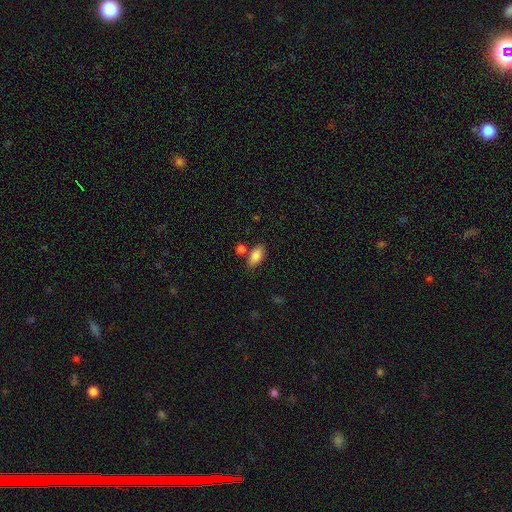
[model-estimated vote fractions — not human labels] A smooth galaxy with no disk features (85%) that is in between round and cigar-shaped (88%).

Vote fractions:
- Smooth or featured? smooth: 85% / featured or disk: 8% / star or artifact: 7%
- How rounded? in between: 88% / cigar-shaped: 8% / round: 4%
- Merging? none: 73% / minor disturbance: 12% / merger: 11% / major disturbance: 3%